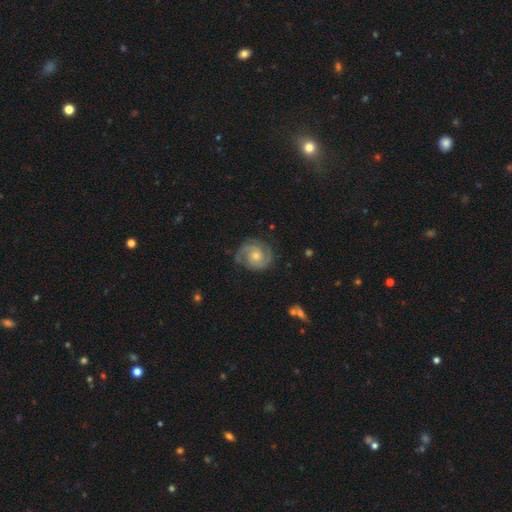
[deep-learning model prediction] Q: Smooth or featured?
A: featured or disk (85%); runner-up: smooth (10%)
Q: Edge-on disk?
A: no (98%); runner-up: yes (2%)
Q: Bar?
A: no (71%); runner-up: weak (25%)
Q: Spiral arms?
A: yes (97%); runner-up: no (3%)
Q: Spiral winding?
A: tight (58%); runner-up: medium (35%)
Q: Spiral arm count?
A: 2 (82%); runner-up: 3 (6%)
Q: Bulge size?
A: moderate (52%); runner-up: small (41%)
Q: Merging?
A: none (78%); runner-up: minor disturbance (16%)